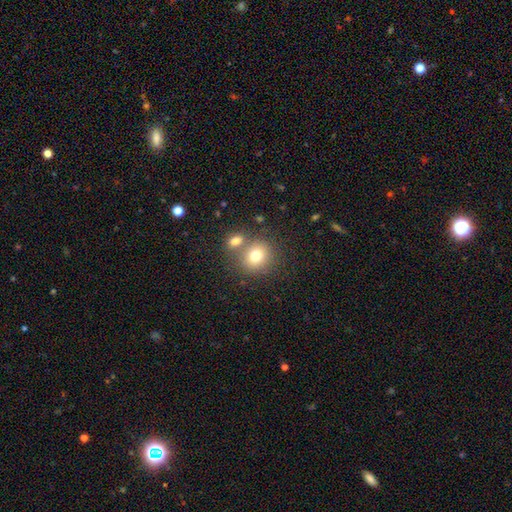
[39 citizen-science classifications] This is clearly a smooth galaxy (87%). How rounded: likely round (68%). Merging: possibly none (49%).